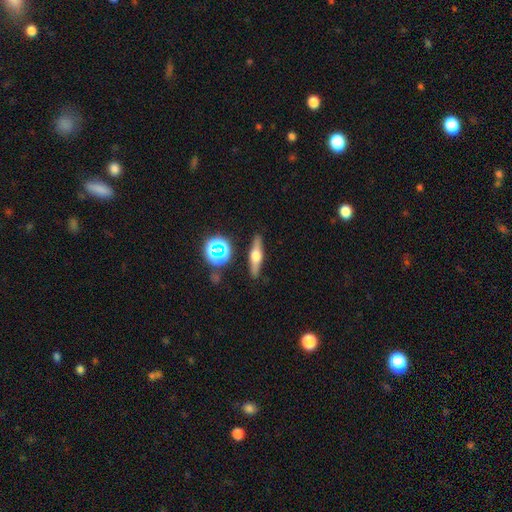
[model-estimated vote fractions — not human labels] The model was most divided on "smooth or featured": featured or disk: 56%, smooth: 33%, star or artifact: 11%. More confident: edge-on bulge — rounded (93%); edge-on disk — yes (93%); merging — none (88%).